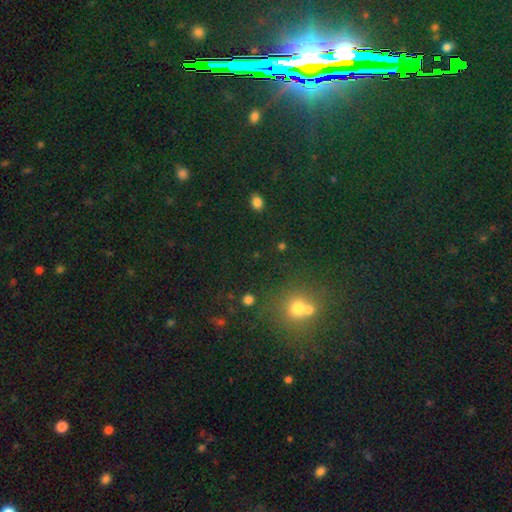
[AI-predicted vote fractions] A star or artifact, not a galaxy (60%).